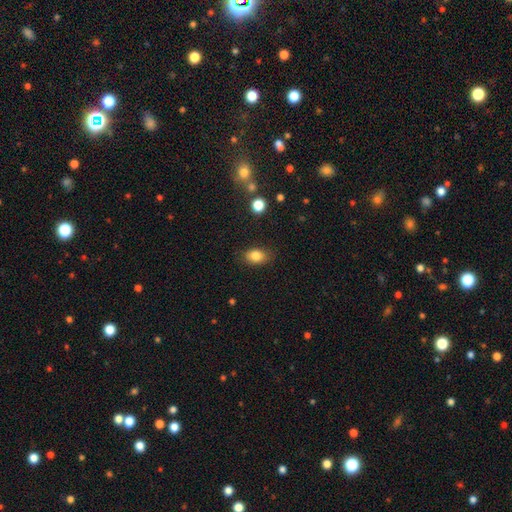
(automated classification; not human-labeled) A smooth galaxy with no disk features (83%) that is in between round and cigar-shaped (81%).

Vote fractions:
- Smooth or featured? smooth: 83% / star or artifact: 10% / featured or disk: 8%
- How rounded? in between: 81% / round: 17% / cigar-shaped: 1%
- Merging? none: 84% / minor disturbance: 12% / major disturbance: 3% / merger: 1%